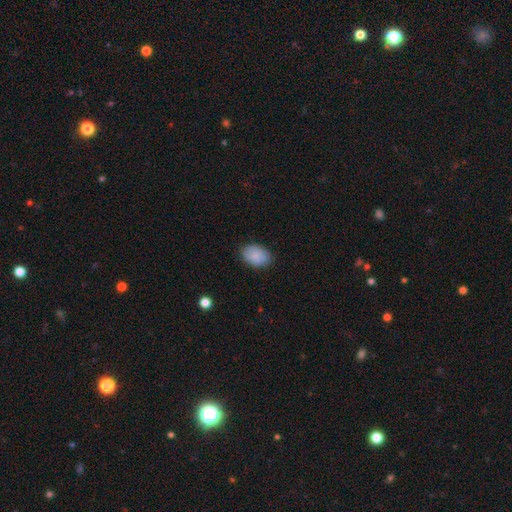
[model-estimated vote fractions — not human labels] Overall: smooth (87%). How rounded: in between (83%). Merging: none (84%).